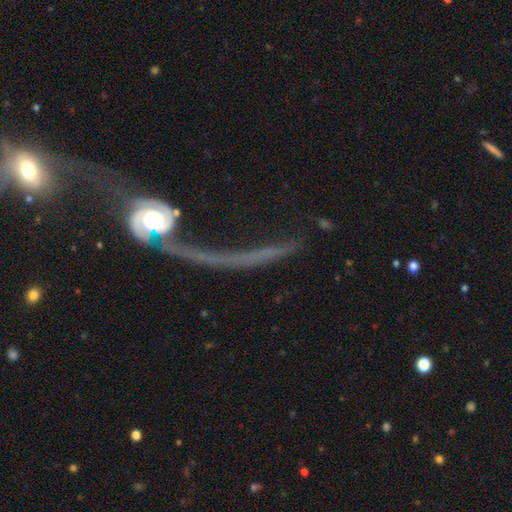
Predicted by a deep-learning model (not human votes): Morphology: type=featured or disk (72%); edge-on=no (84%); bar=no (59%); spiral arms=yes (79%); bulge=moderate (35%, tied with small); merging=major disturbance (32%).